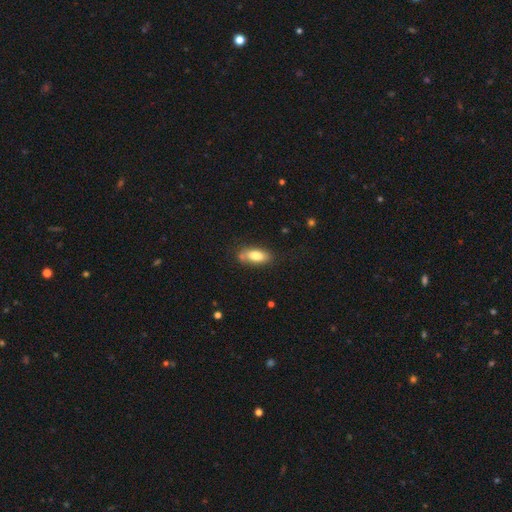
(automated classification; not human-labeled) This appears to be a smooth galaxy with no disk features (79%) that is in between round and cigar-shaped (83%). Merging: none (66%).